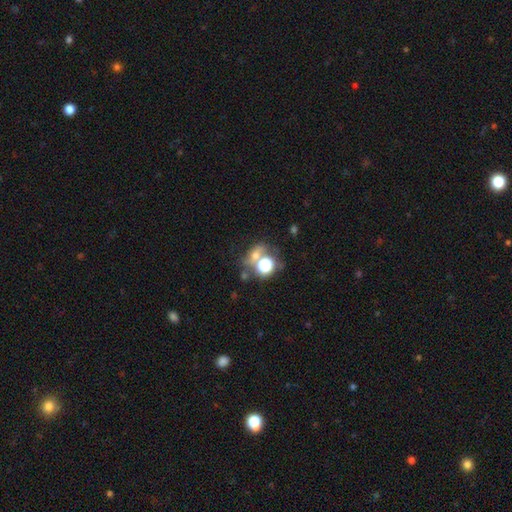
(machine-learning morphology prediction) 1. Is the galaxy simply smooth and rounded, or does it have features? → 51% smooth, 32% star or artifact, 17% featured or disk.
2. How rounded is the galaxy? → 63% round, 35% in between, 2% cigar-shaped.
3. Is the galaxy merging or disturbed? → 46% none, 33% merger, 11% minor disturbance, 10% major disturbance.